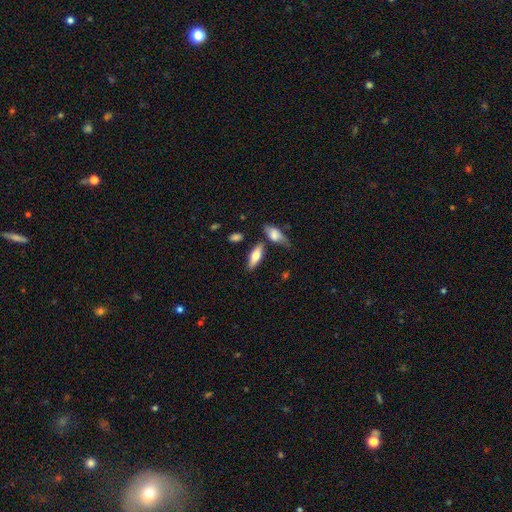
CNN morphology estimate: This is likely a smooth galaxy (64%). How rounded: likely in between (65%). Merging: likely none (67%).